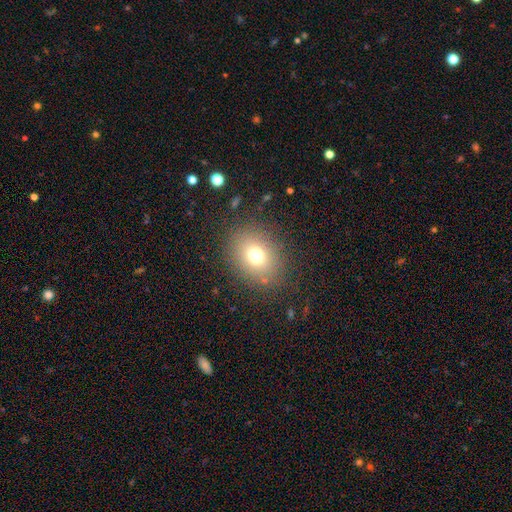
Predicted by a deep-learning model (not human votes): Smooth or featured?
  - smooth: 73% *
  - star or artifact: 15%
  - featured or disk: 12%
How rounded?
  - round: 53% *
  - in between: 46%
  - cigar-shaped: 1%
Merging?
  - none: 84% *
  - minor disturbance: 10%
  - major disturbance: 5%
  - merger: 2%